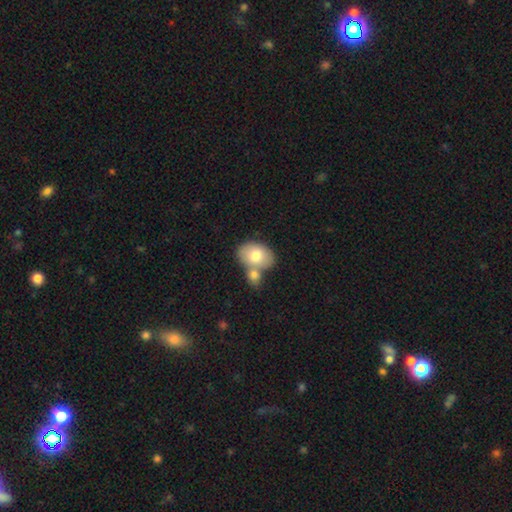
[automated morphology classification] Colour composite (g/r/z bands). It shows a smooth galaxy with no disk features (75%) that is in between round and cigar-shaped (80%). Merging: merger (44%).